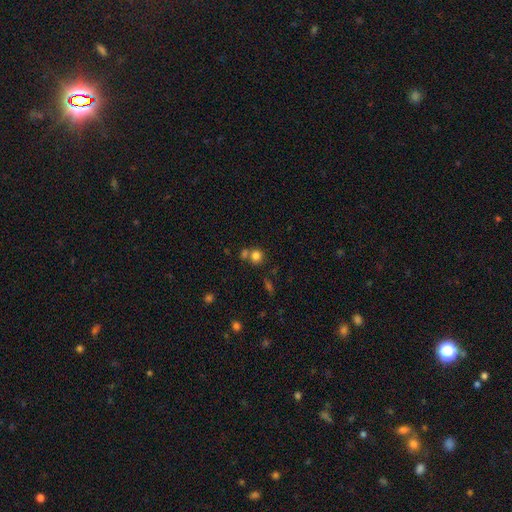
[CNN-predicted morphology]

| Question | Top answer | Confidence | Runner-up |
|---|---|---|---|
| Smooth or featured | smooth | 80% | star or artifact (13%) |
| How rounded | round | 82% | in between (17%) |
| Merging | none | 56% | merger (30%) |